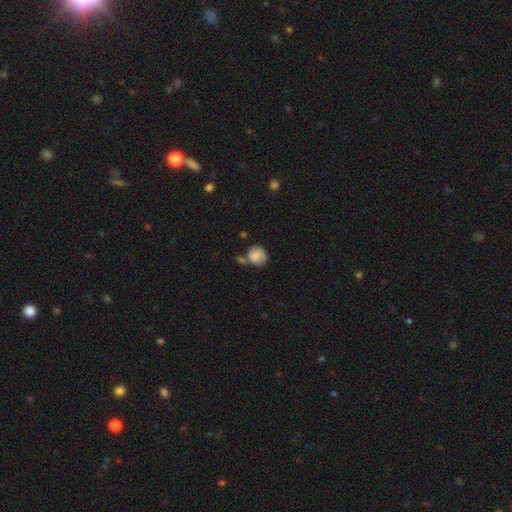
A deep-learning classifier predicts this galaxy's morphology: A smooth galaxy with no disk features (82%) that is round (79%). Merging: none (55%).